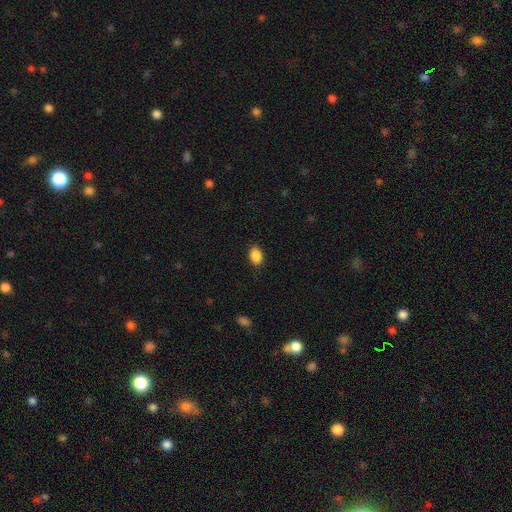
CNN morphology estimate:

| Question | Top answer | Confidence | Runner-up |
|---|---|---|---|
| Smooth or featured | smooth | 89% | star or artifact (8%) |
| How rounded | in between | 88% | round (11%) |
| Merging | none | 88% | minor disturbance (9%) |